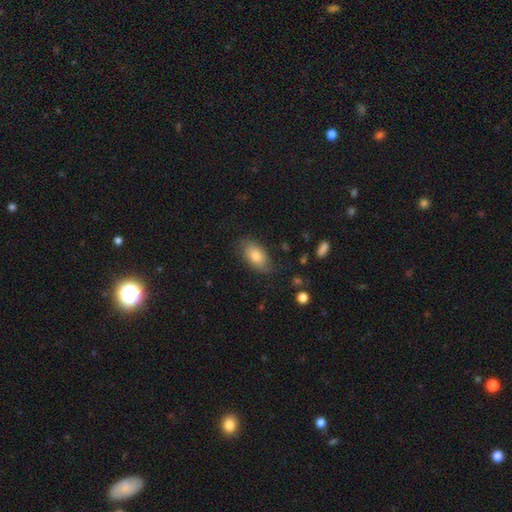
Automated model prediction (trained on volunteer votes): Overall: smooth (71%). How rounded: in between (92%). Merging: none (71%).